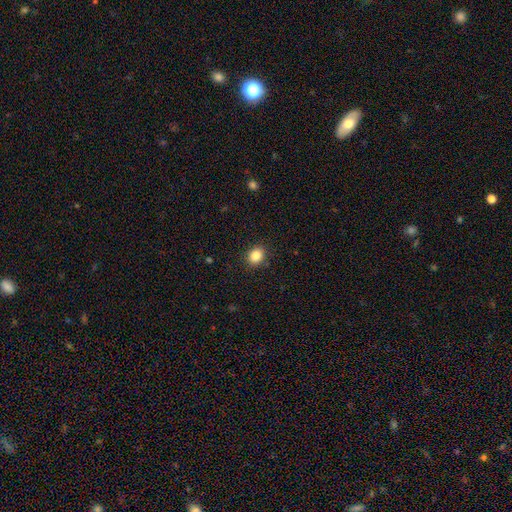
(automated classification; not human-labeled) A smooth galaxy with no disk features (85%) that is round (58%).

Vote fractions:
- Smooth or featured? smooth: 85% / star or artifact: 10% / featured or disk: 5%
- How rounded? round: 58% / in between: 42% / cigar-shaped: 1%
- Merging? none: 89% / minor disturbance: 8% / major disturbance: 2% / merger: 1%